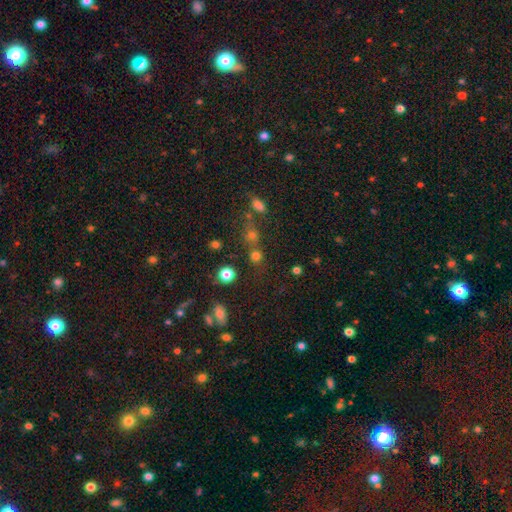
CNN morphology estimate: This appears to be a smooth galaxy with no disk features (63%) that is round (83%). Merging: none (57%).